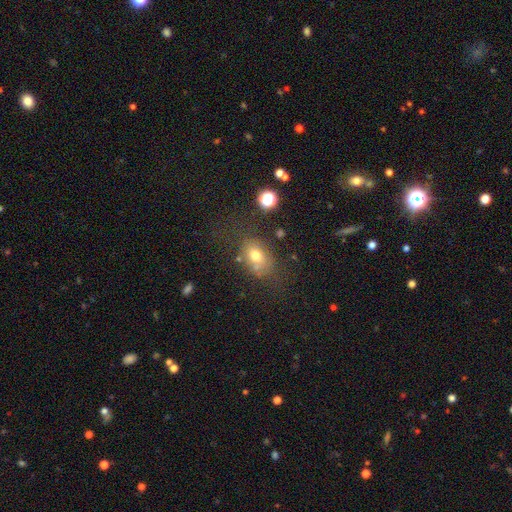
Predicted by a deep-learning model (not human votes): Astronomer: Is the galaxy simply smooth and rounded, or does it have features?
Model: smooth — 71%.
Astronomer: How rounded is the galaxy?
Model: in between — 72%.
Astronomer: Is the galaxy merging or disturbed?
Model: none — 61%.